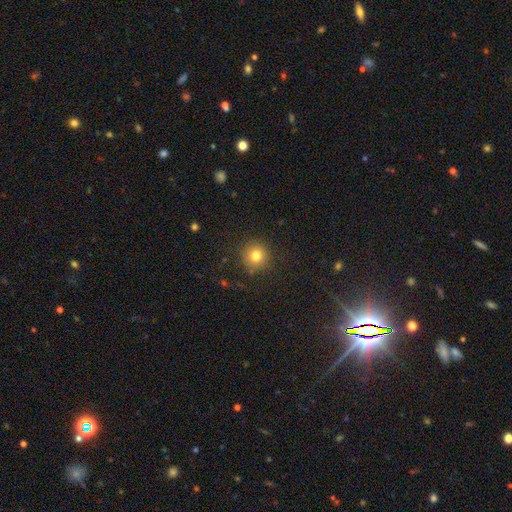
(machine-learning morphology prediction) Smooth or featured? smooth (79%)
How rounded? round (94%)
Merging? none (88%)